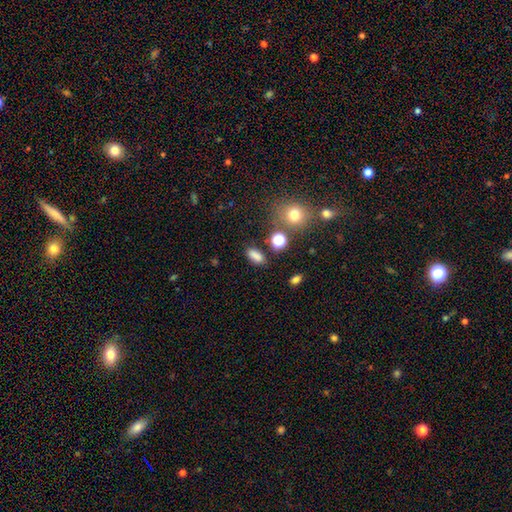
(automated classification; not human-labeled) smooth_or_featured: smooth (p=0.81) [alt: star or artifact p=0.14]
how_rounded: in between (p=0.79) [alt: round p=0.12]
merging: none (p=0.80) [alt: minor disturbance p=0.11]